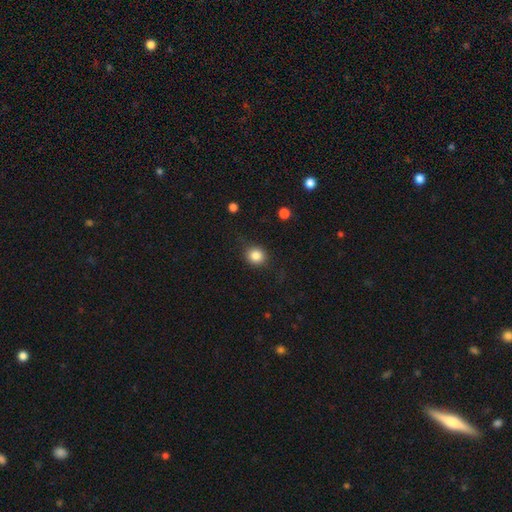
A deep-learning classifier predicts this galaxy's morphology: smooth-or-featured: smooth: 84% | star or artifact: 10% | featured or disk: 6%
  how-rounded: round: 84% | in between: 15% | cigar-shaped: 1%
  merging: none: 83% | minor disturbance: 12% | major disturbance: 4% | merger: 1%